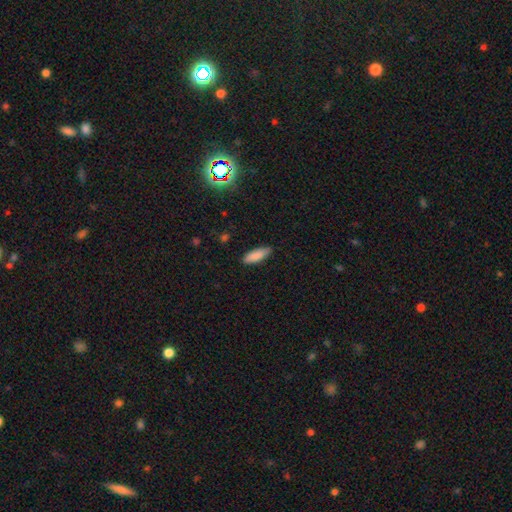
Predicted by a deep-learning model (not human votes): Overall: smooth (88%). How rounded: in between (56%; cigar-shaped 42%). Merging: none (86%).